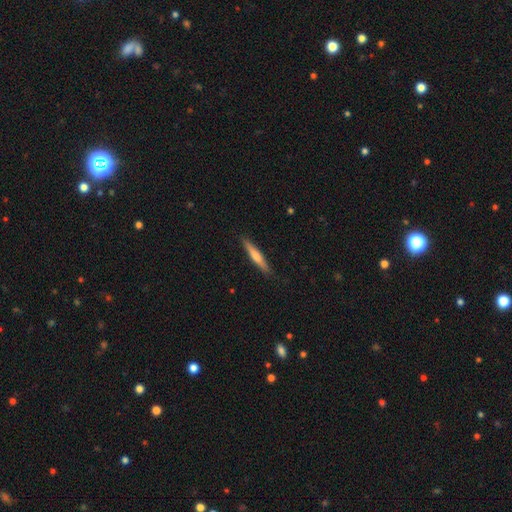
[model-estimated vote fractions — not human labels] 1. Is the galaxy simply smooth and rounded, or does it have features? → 52% smooth, 43% featured or disk, 5% star or artifact.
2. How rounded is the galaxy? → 93% cigar-shaped, 5% in between, 1% round.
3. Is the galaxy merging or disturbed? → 90% none, 8% minor disturbance, 1% major disturbance, 1% merger.